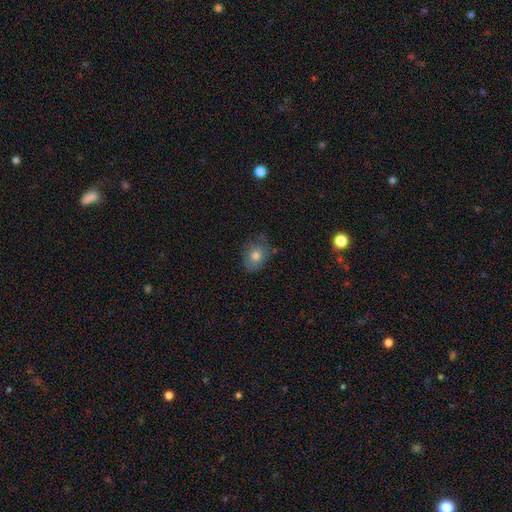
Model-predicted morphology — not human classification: Smooth or featured: smooth — 76% (featured or disk — 14%)
How rounded: in between — 61% (round — 38%)
Merging: none — 66% (minor disturbance — 26%)